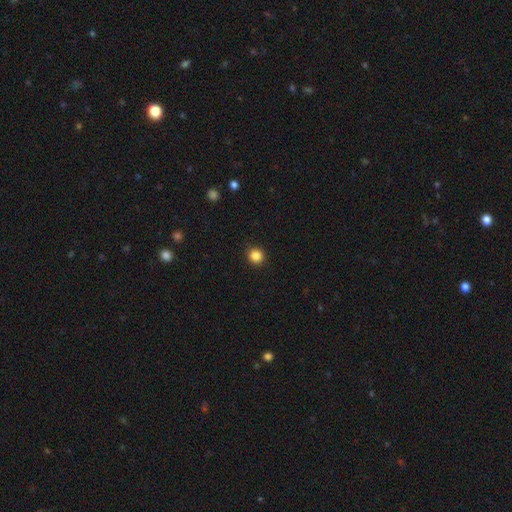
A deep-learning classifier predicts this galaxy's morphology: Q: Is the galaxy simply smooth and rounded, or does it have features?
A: smooth — 85%.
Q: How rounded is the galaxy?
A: round — 94%.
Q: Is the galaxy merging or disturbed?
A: none — 92%.